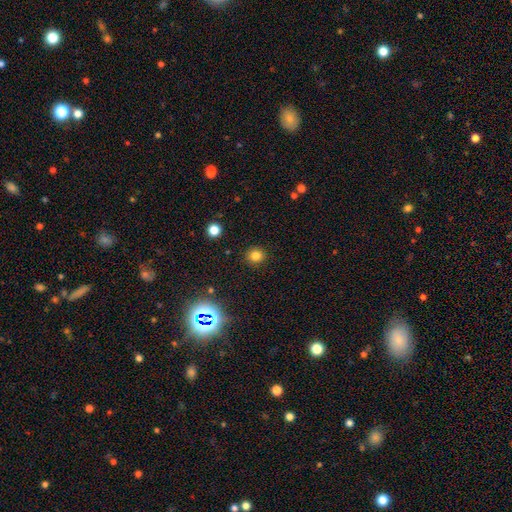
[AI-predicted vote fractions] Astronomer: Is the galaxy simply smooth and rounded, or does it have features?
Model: smooth — 79%.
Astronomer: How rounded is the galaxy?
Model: round — 89%.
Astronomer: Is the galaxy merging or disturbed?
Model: none — 91%.